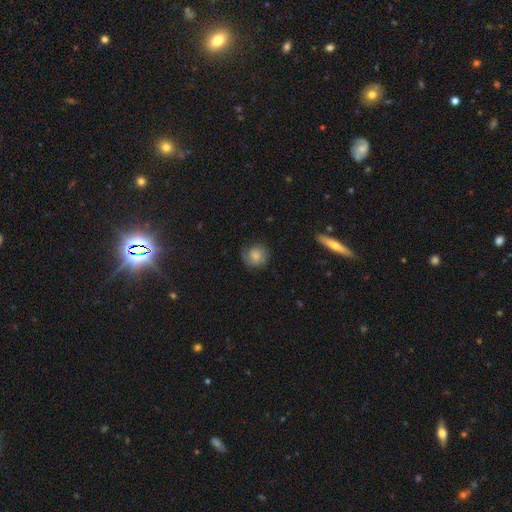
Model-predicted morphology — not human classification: This appears to be a smooth galaxy with no disk features (76%) that is round (88%). Merging: none (72%).